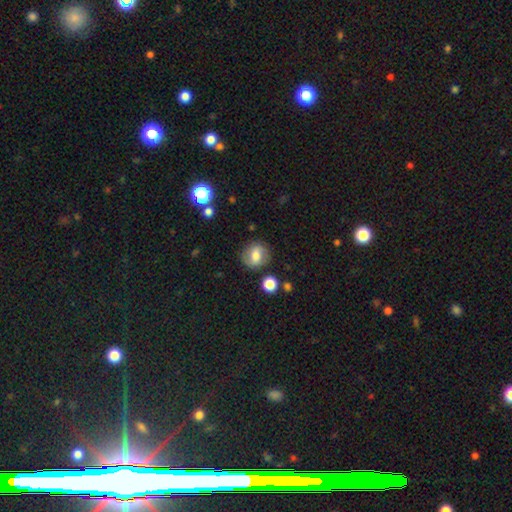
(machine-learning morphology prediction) A smooth galaxy with no disk features (64%) that is round (73%). Merging: none (80%).